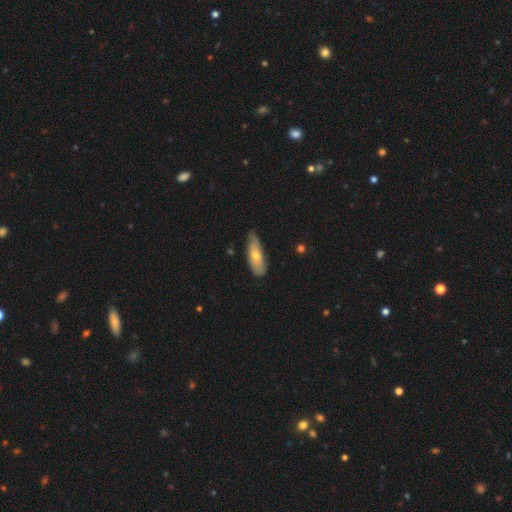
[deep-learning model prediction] The model was most divided on "how rounded": in between: 53%, cigar-shaped: 45%, round: 2%. More confident: merging — none (66%); smooth or featured — smooth (60%).